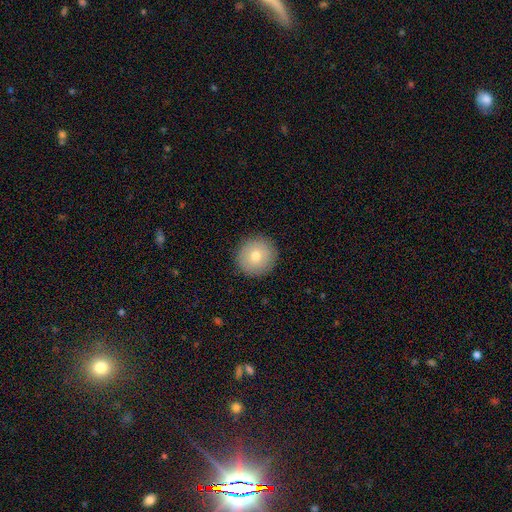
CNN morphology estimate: Smooth or featured: smooth — 74% (featured or disk — 17%)
How rounded: round — 94% (in between — 5%)
Merging: none — 91% (minor disturbance — 6%)